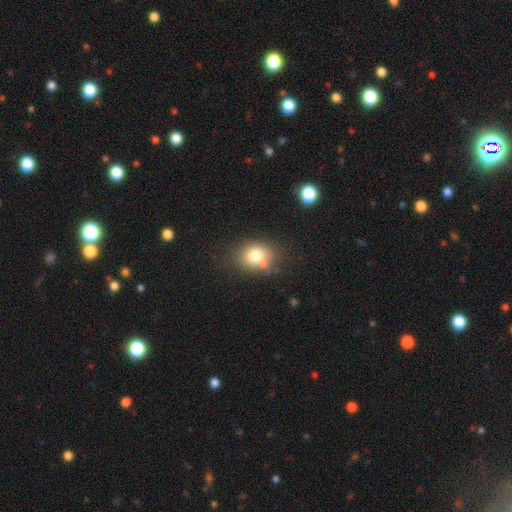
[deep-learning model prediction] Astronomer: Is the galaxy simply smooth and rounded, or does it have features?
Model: smooth — 76%.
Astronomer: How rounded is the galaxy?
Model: in between — 51% (runner-up: round, 48%).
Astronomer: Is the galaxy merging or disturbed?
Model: none — 60%.